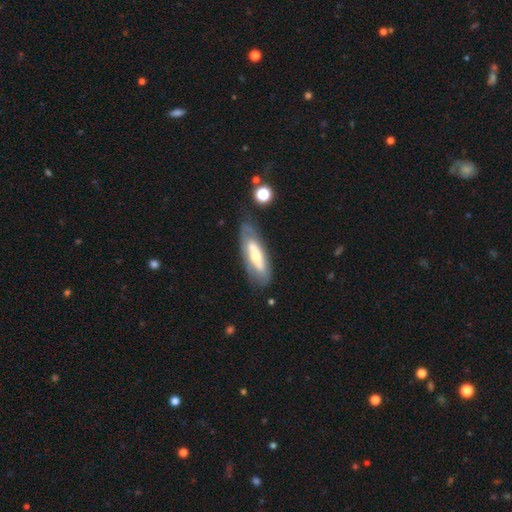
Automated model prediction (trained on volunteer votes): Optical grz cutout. It shows a featured or disk galaxy (58%). Merging: none (70%).